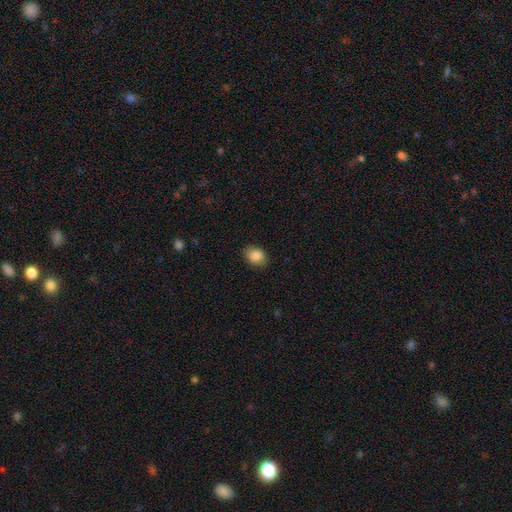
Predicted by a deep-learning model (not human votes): The model was most divided on "how rounded": in between: 60%, round: 39%, cigar-shaped: 1%. More confident: smooth or featured — smooth (87%); merging — none (86%).